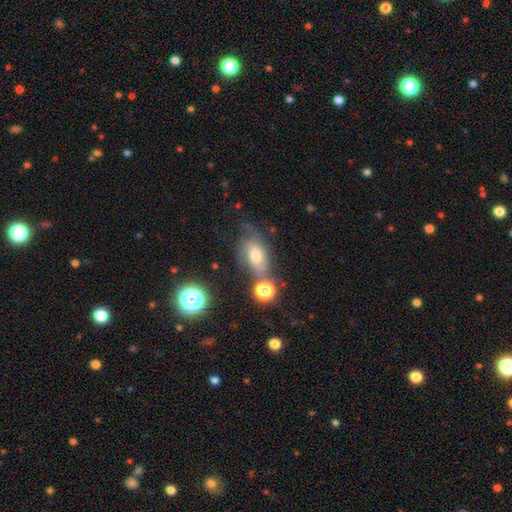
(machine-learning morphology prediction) featured or disk 46%, smooth 38%, star or artifact 15%. Down the decision tree: merging — none (43%).